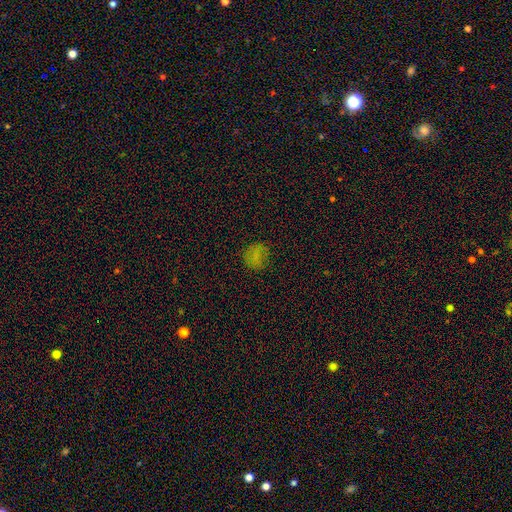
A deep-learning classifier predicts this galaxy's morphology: A smooth galaxy with no disk features (68%) that is round (67%).

Vote fractions:
- Smooth or featured? smooth: 68% / star or artifact: 24% / featured or disk: 8%
- How rounded? round: 67% / in between: 32% / cigar-shaped: 1%
- Merging? none: 78% / minor disturbance: 15% / major disturbance: 5% / merger: 1%